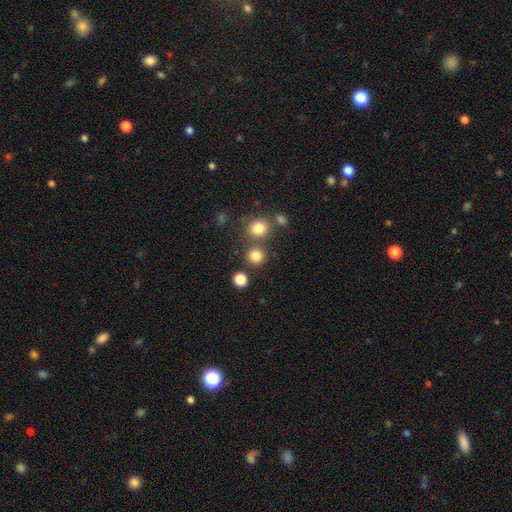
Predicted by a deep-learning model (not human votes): smooth 81%, star or artifact 14%, featured or disk 5%. Down the decision tree: how rounded — round (90%); merging — none (75%).